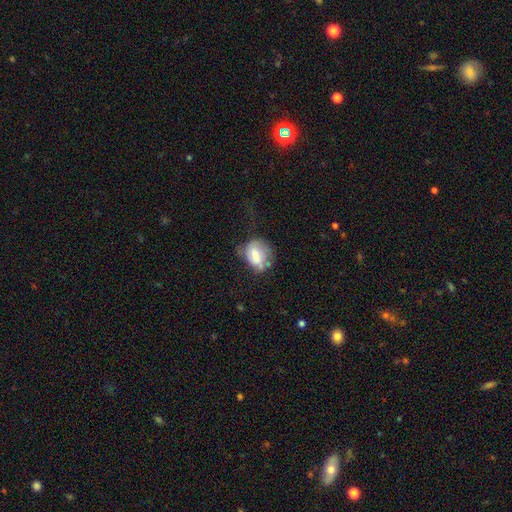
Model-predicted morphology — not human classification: A smooth galaxy with no disk features (59%) that is in between round and cigar-shaped (51%). Merging: none (37%).